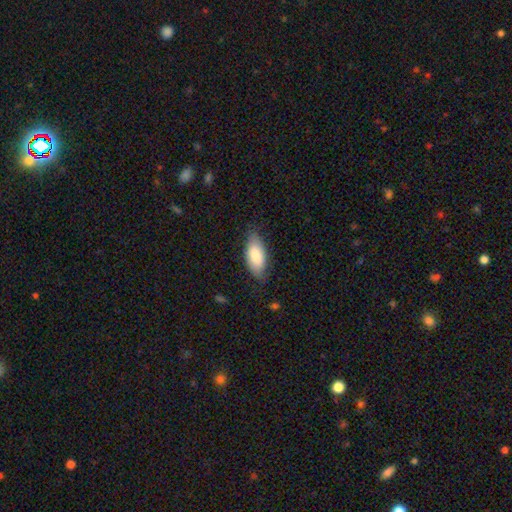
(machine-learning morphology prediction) smooth 83%, featured or disk 12%, star or artifact 6%. Down the decision tree: how rounded — in between (88%); merging — none (74%).